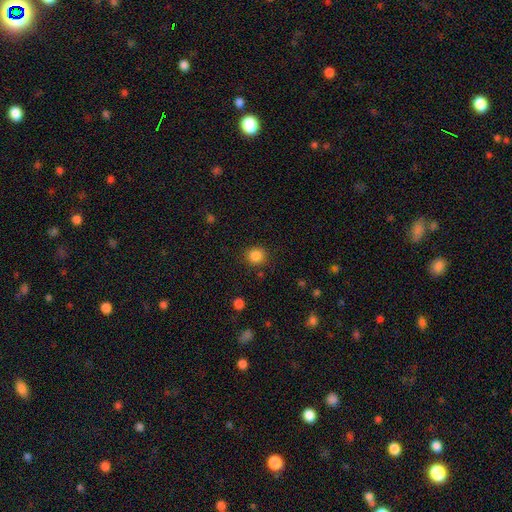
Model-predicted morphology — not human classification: smooth_or_featured: smooth (p=0.85) [alt: star or artifact p=0.11]
how_rounded: round (p=0.89) [alt: in between p=0.10]
merging: none (p=0.86) [alt: minor disturbance p=0.09]